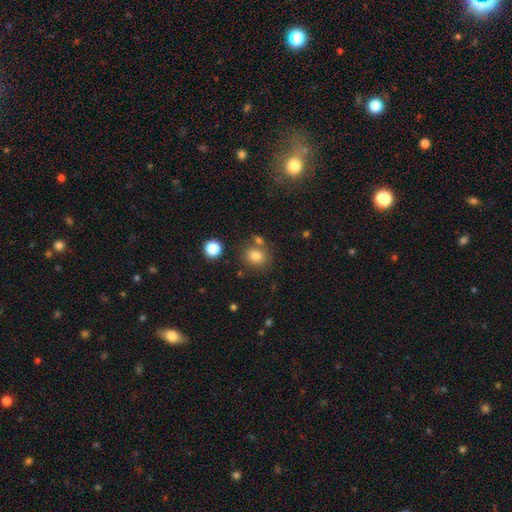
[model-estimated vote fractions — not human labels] A smooth galaxy with no disk features (79%) that is round (72%). Merging: none (70%).